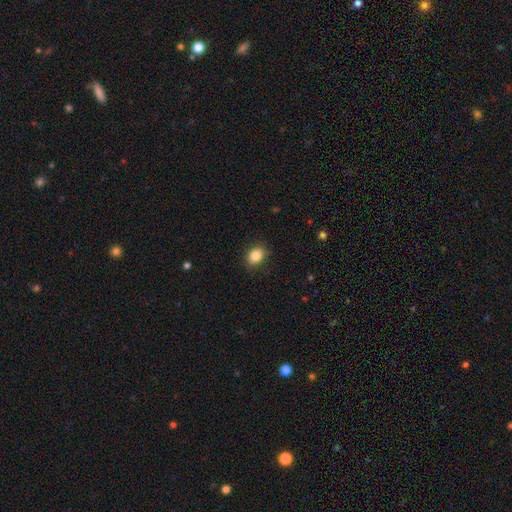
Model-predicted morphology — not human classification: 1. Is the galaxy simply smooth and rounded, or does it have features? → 86% smooth, 9% star or artifact, 5% featured or disk.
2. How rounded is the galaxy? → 59% in between, 40% round, 1% cigar-shaped.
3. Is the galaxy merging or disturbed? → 86% none, 10% minor disturbance, 3% major disturbance, 1% merger.